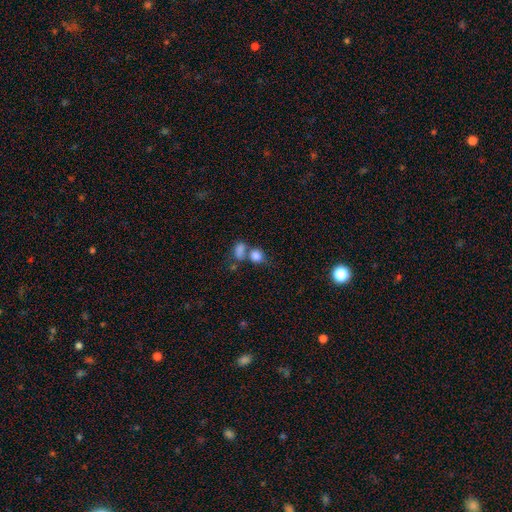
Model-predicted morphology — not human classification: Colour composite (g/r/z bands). It shows a smooth galaxy with no disk features (81%) that is round (60%). Merging: merger (45%).